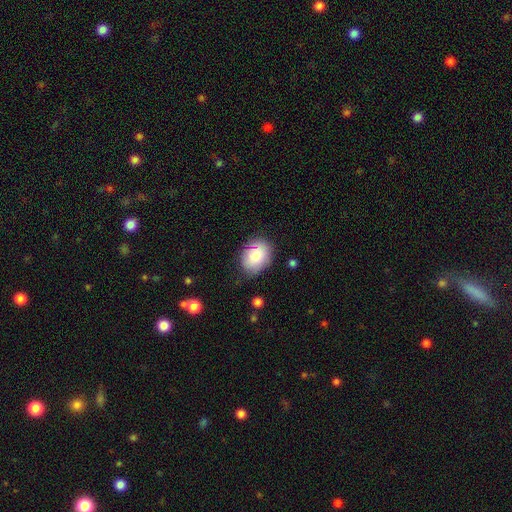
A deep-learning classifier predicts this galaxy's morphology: Smooth or featured: smooth — 76% (featured or disk — 16%)
How rounded: in between — 67% (round — 32%)
Merging: none — 71% (minor disturbance — 22%)